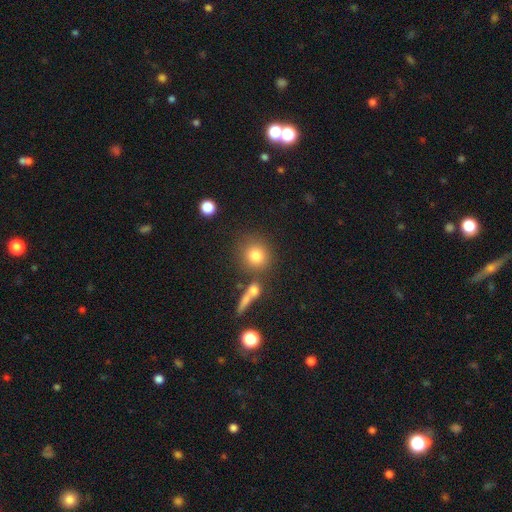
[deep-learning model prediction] smooth_or_featured: smooth (p=0.81) [alt: star or artifact p=0.11]
how_rounded: round (p=0.85) [alt: in between p=0.13]
merging: none (p=0.71) [alt: merger p=0.14]